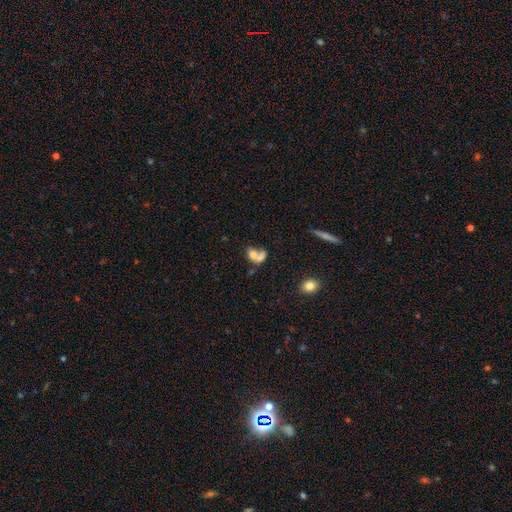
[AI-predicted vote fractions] A smooth galaxy with no disk features (66%) that is in between round and cigar-shaped (68%). Merging: merger (65%).